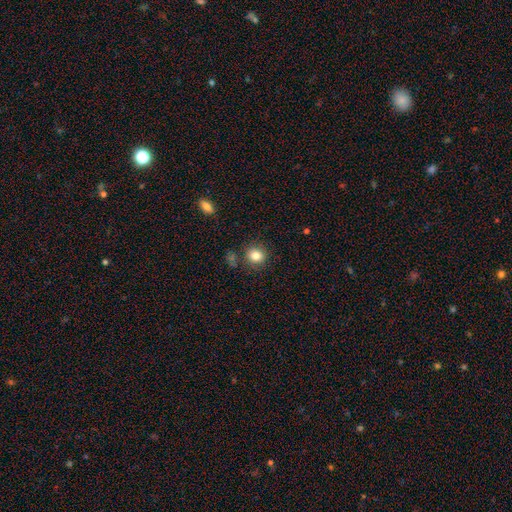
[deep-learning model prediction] This is clearly a smooth galaxy (83%). How rounded: clearly round (86%). Merging: clearly none (84%).